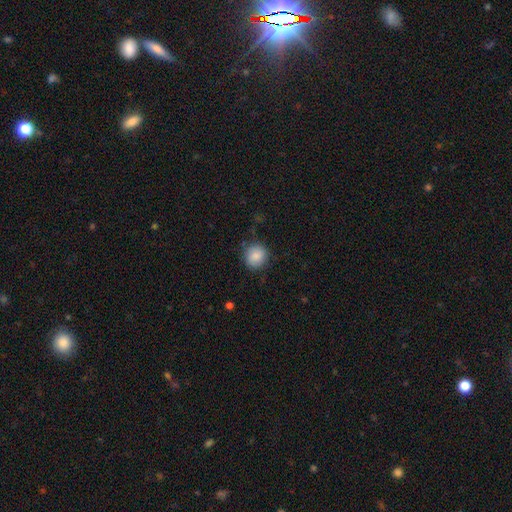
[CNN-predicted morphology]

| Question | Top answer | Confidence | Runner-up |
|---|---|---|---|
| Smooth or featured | smooth | 87% | star or artifact (8%) |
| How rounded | round | 84% | in between (15%) |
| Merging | none | 84% | minor disturbance (12%) |